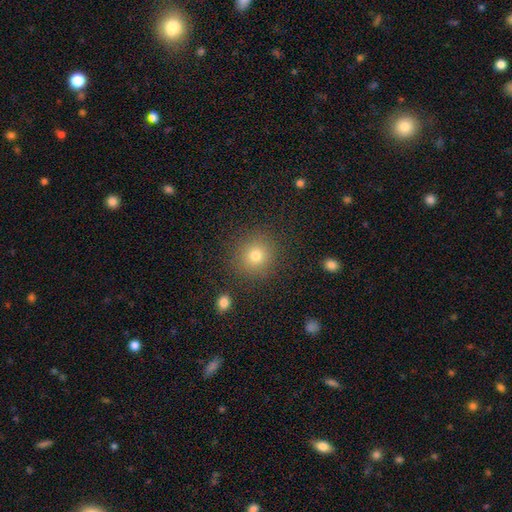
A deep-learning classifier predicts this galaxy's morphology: Overall: smooth (77%). How rounded: round (90%). Merging: none (88%).